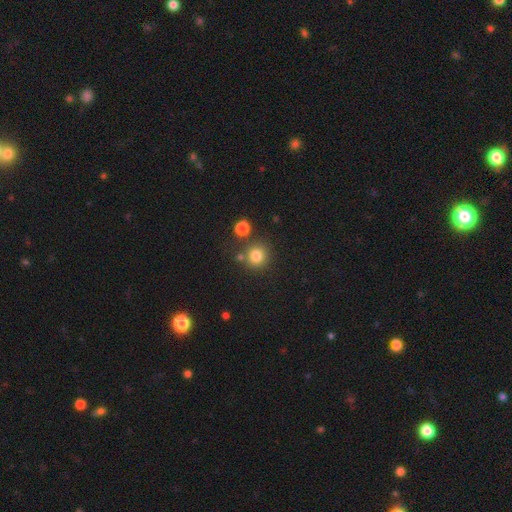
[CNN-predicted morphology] Smooth or featured?
  - smooth: 80% *
  - star or artifact: 14%
  - featured or disk: 7%
How rounded?
  - round: 91% *
  - in between: 8%
  - cigar-shaped: 1%
Merging?
  - none: 77% *
  - merger: 11%
  - minor disturbance: 9%
  - major disturbance: 3%